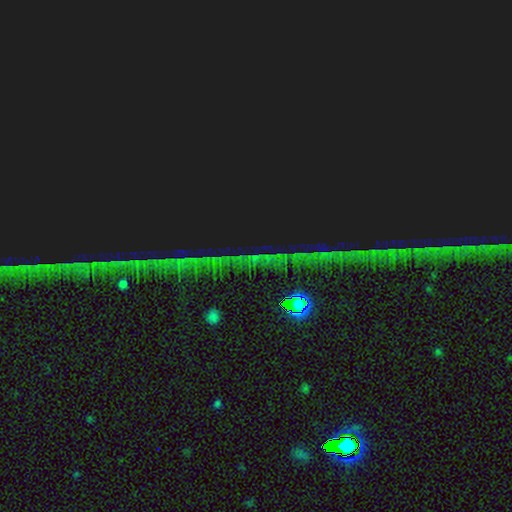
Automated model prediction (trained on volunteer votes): A star or artifact, not a galaxy (85%).